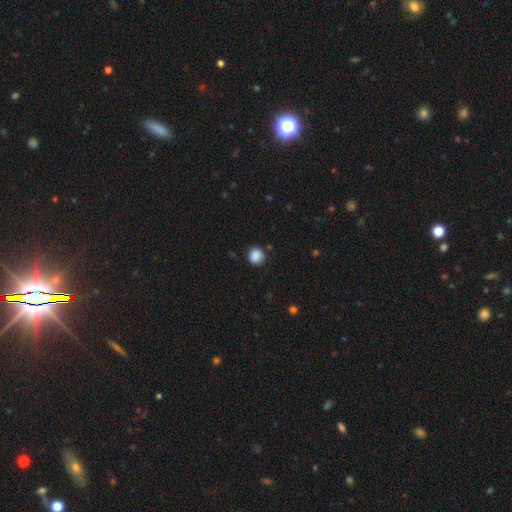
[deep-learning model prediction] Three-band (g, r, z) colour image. It shows a smooth galaxy with no disk features (87%) that is round (84%). Merging: none (82%).